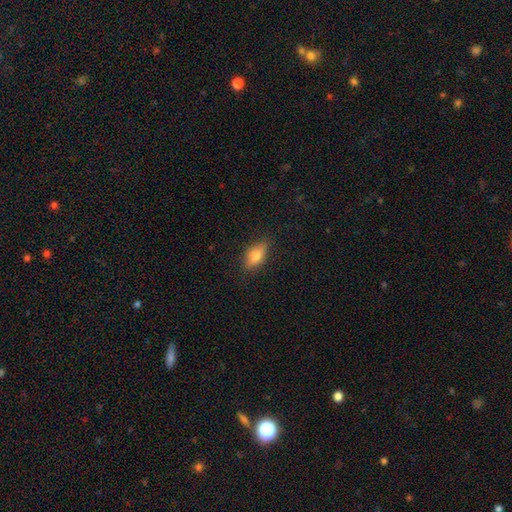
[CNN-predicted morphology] Overall: smooth (72%). How rounded: in between (80%). Merging: none (81%).